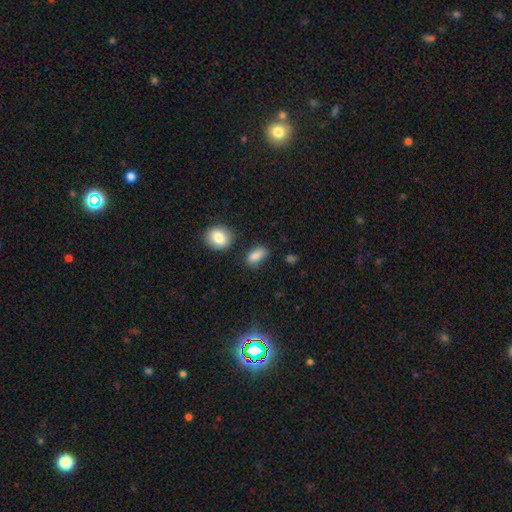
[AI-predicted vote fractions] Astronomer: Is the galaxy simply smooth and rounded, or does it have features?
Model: smooth — 85%.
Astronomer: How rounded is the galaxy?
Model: in between — 84%.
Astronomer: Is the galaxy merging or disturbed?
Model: none — 73%.